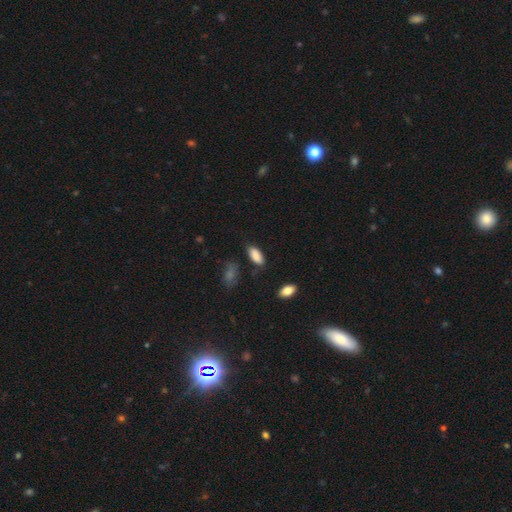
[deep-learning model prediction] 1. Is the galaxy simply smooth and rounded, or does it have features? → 88% smooth, 7% star or artifact, 5% featured or disk.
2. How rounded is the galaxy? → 86% in between, 11% cigar-shaped, 3% round.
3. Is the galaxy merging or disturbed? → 80% none, 15% minor disturbance, 3% major disturbance, 3% merger.